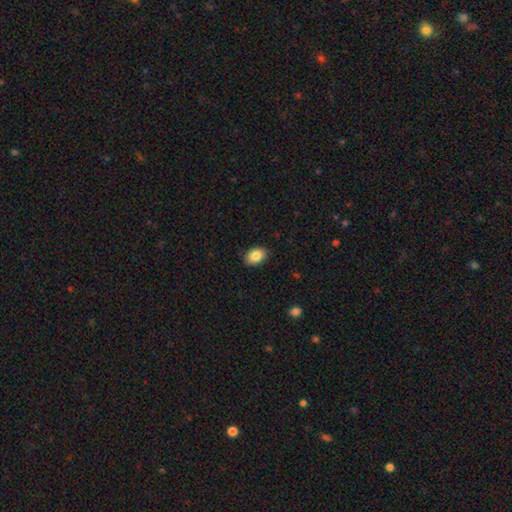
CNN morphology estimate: This appears to be a smooth galaxy with no disk features (86%) that is in between round and cigar-shaped (81%). Merging: none (88%).